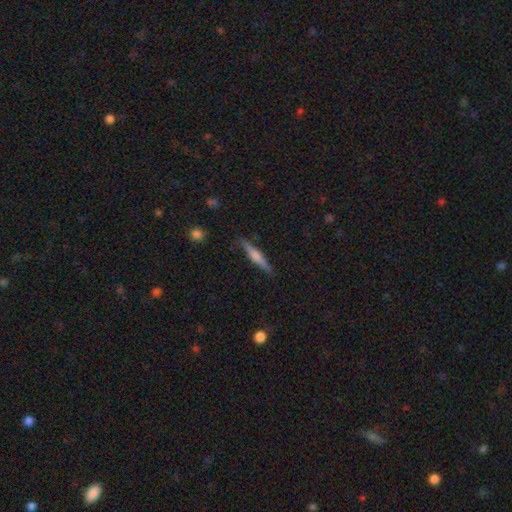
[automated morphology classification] The model was most divided on "smooth or featured": featured or disk: 61%, smooth: 33%, star or artifact: 7%. More confident: edge-on disk — yes (97%); merging — none (89%); edge-on bulge — rounded (66%).